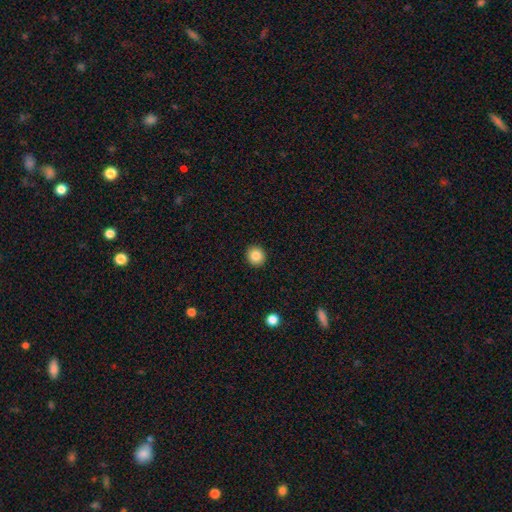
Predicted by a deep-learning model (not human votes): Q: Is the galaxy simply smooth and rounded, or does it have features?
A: smooth — 86%.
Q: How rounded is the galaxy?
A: round — 90%.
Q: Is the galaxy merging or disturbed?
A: none — 93%.